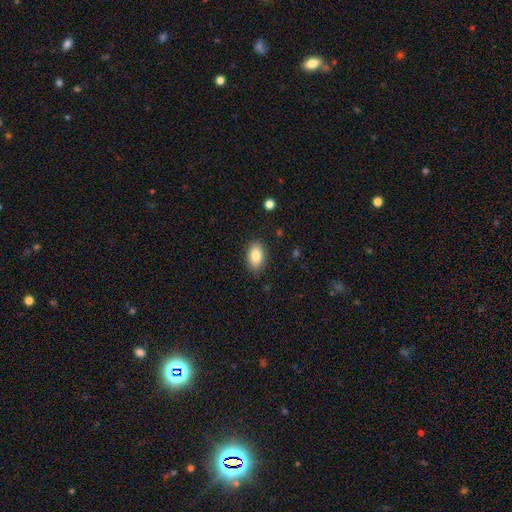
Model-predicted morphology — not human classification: A smooth galaxy with no disk features (85%) that is in between round and cigar-shaped (91%). Merging: none (86%).